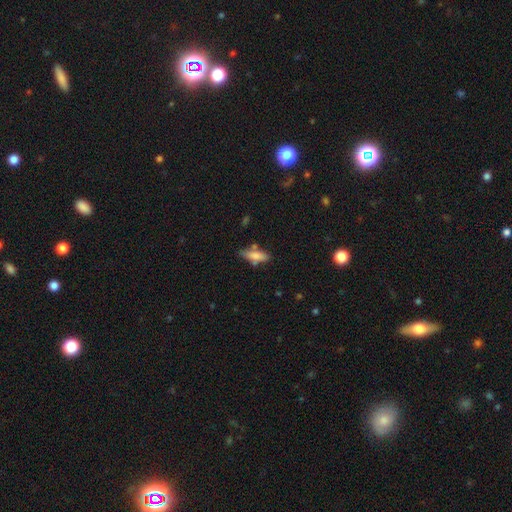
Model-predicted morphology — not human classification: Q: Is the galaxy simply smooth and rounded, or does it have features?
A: smooth — 75%.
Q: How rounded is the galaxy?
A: in between — 50%.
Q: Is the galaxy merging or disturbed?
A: none — 64%.